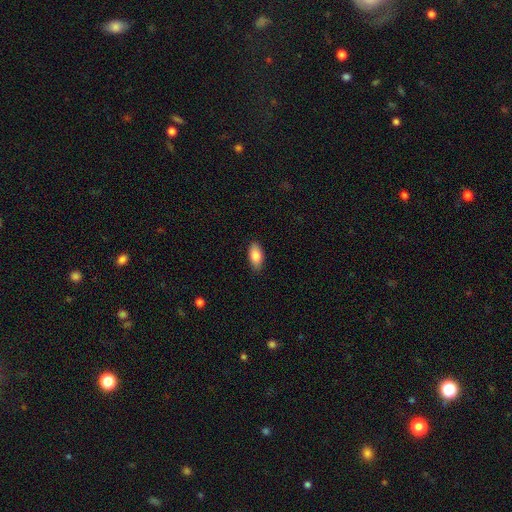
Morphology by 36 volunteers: Volunteers were most divided on "smooth or featured": smooth: 83%, featured or disk: 11%, star or artifact: 6%. More confident: how rounded — in between (90%); merging — none (85%).